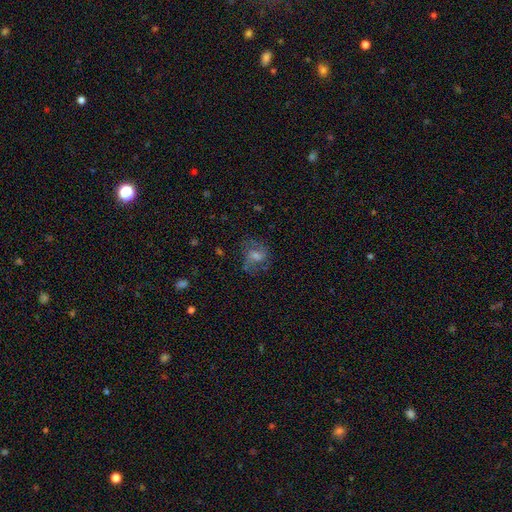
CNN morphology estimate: Smooth or featured? Predicted: featured or disk (p=0.59). Edge-on disk? Predicted: no (p=0.97). Bar? Predicted: no (p=0.47). Spiral arms? Predicted: yes (p=0.86). Bulge size? Predicted: moderate (p=0.50). Merging? Predicted: none (p=0.70).